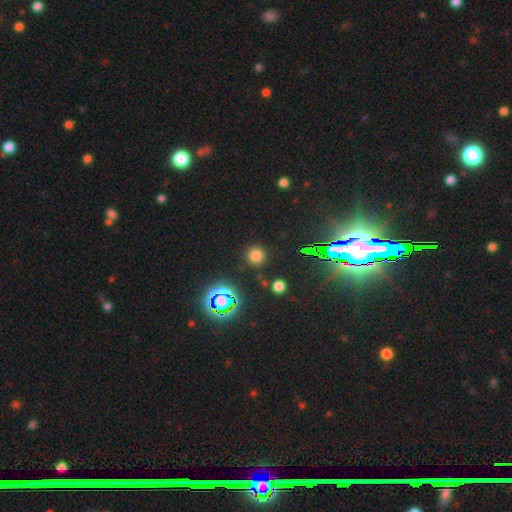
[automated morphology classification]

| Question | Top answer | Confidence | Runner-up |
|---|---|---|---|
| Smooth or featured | smooth | 71% | star or artifact (24%) |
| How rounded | round | 94% | in between (5%) |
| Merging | none | 88% | minor disturbance (6%) |